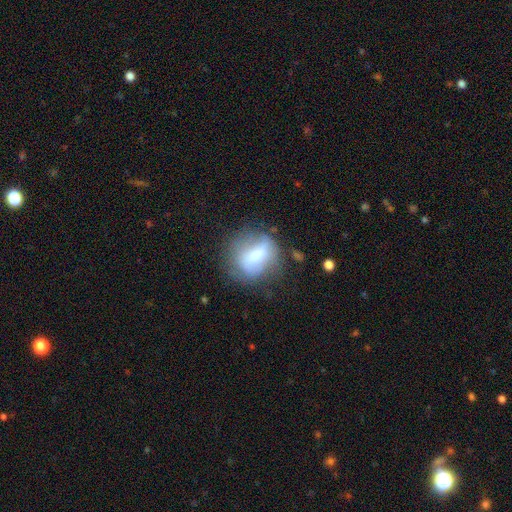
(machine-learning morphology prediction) This is possibly a smooth galaxy (53%). How rounded: possibly round (56%). Merging: possibly none (51%).